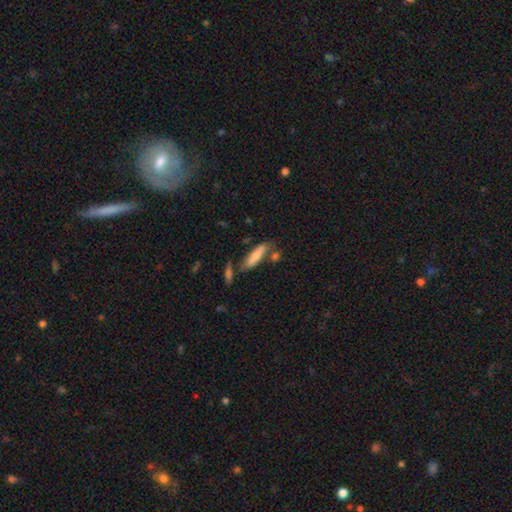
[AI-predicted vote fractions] smooth_or_featured: smooth (p=0.73) [alt: featured or disk p=0.20]
how_rounded: cigar-shaped (p=0.63) [alt: in between p=0.35]
merging: none (p=0.63) [alt: minor disturbance p=0.17]